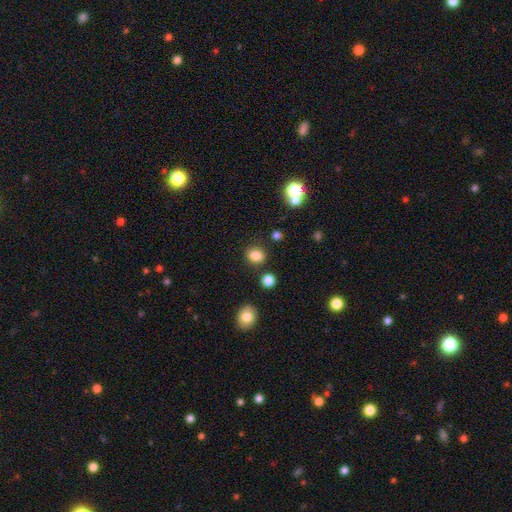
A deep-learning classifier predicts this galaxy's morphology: The model was most divided on "how rounded": round: 68%, in between: 31%, cigar-shaped: 1%. More confident: merging — none (84%); smooth or featured — smooth (84%).